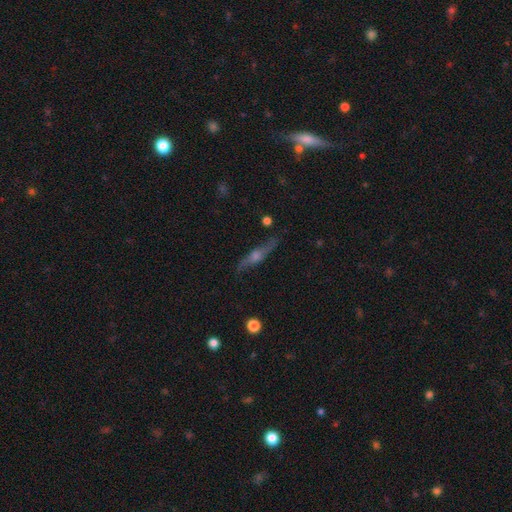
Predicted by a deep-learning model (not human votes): Smooth or featured: featured or disk — 71% (smooth — 20%)
Edge-on disk: yes — 82% (no — 18%)
Edge-on bulge: rounded — 83% (boxy — 9%)
Merging: none — 79% (minor disturbance — 15%)